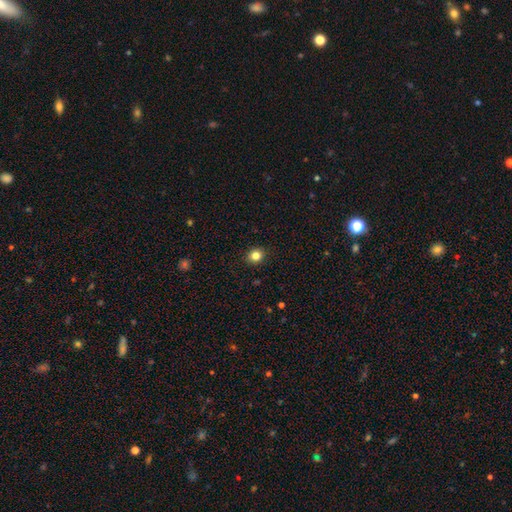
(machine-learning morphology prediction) Overall: smooth (83%). How rounded: round (73%). Merging: none (91%).